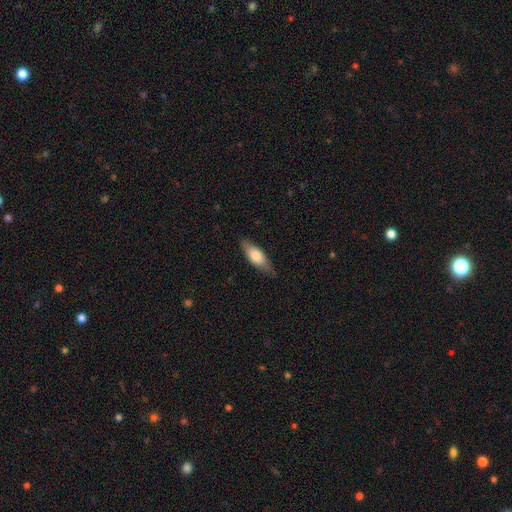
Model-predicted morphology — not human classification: A smooth galaxy with no disk features (68%) that is in between round and cigar-shaped (66%). Merging: none (80%).